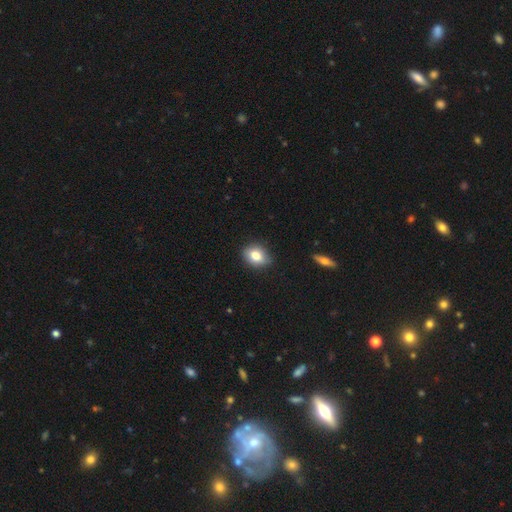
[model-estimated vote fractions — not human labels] This appears to be a smooth galaxy with no disk features (80%) that is in between round and cigar-shaped (58%). Merging: none (84%).